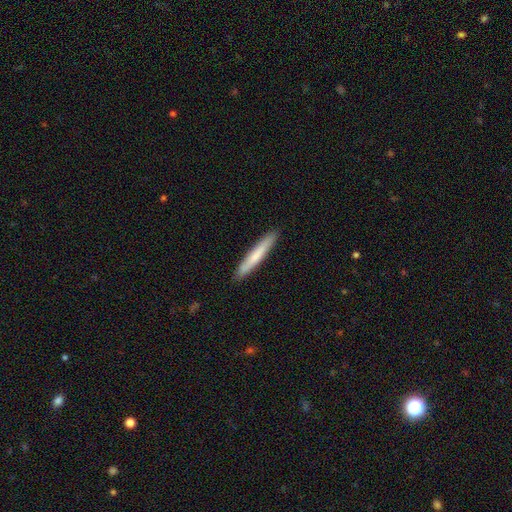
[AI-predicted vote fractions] Smooth or featured? smooth (70%)
How rounded? cigar-shaped (95%)
Merging? none (91%)